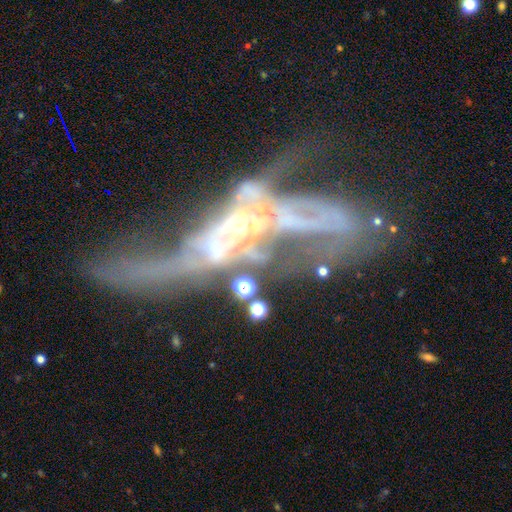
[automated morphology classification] Overall: featured or disk (64%). Edge-on disk: no (87%). Bar: no (69%). Spiral arms: no (57%; yes 43%). Bulge size: small (31%; none 30%). Merging: merger (49%; major disturbance 28%).